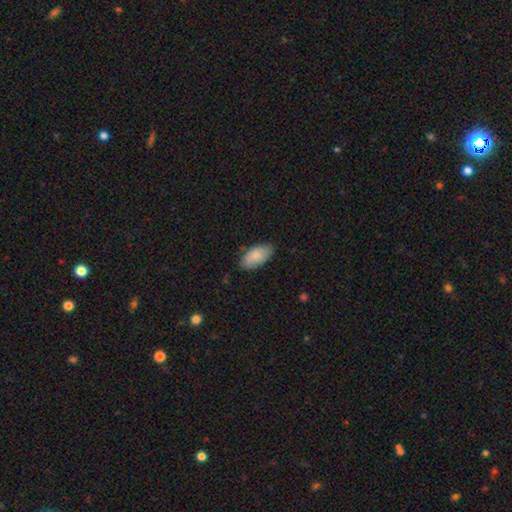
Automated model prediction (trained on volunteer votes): Overall: smooth (82%). How rounded: in between (94%). Merging: none (77%).